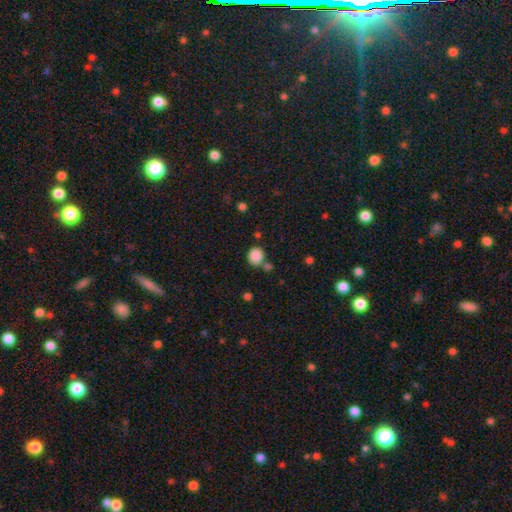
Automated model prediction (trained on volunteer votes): Smooth or featured: smooth — 87% (star or artifact — 10%)
How rounded: round — 79% (in between — 20%)
Merging: none — 69% (merger — 15%)